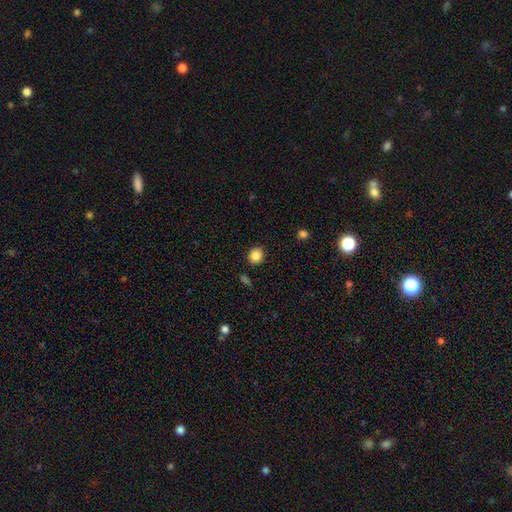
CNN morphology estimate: Smooth or featured?
  - smooth: 86% *
  - star or artifact: 10%
  - featured or disk: 4%
How rounded?
  - round: 79% *
  - in between: 21%
  - cigar-shaped: 1%
Merging?
  - none: 89% *
  - minor disturbance: 7%
  - major disturbance: 2%
  - merger: 2%